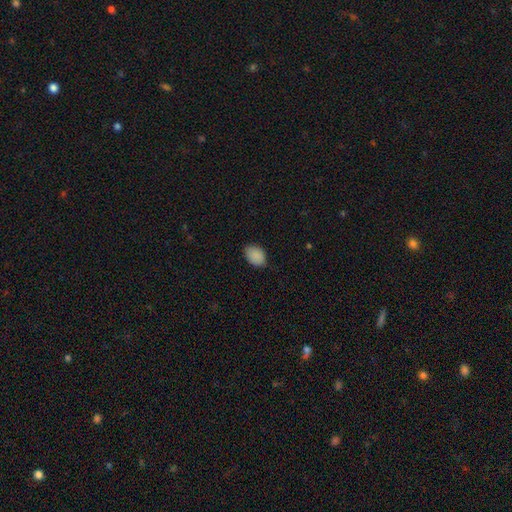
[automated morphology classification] smooth 88%, star or artifact 8%, featured or disk 4%. Down the decision tree: how rounded — in between (79%); merging — none (79%).